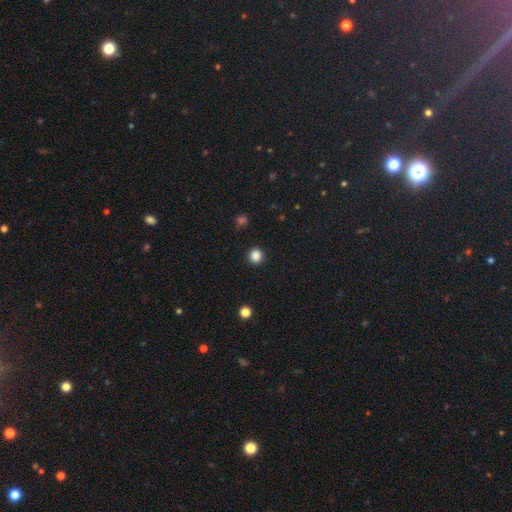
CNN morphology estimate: A smooth galaxy with no disk features (86%) that is round (87%). Merging: none (91%).